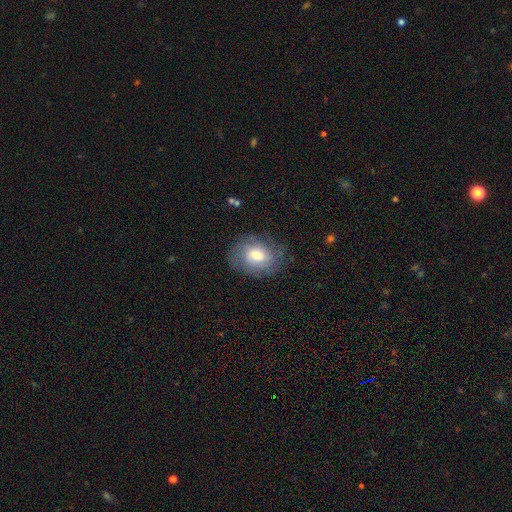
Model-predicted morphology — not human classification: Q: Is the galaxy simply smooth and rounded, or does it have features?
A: smooth — 58%.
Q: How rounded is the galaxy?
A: in between — 56%.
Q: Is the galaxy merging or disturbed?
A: none — 72%.